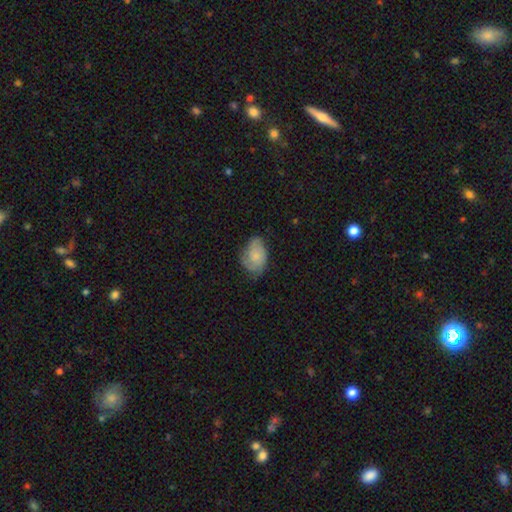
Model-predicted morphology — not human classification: The model was most divided on "merging": none: 53%, minor disturbance: 34%, major disturbance: 11%, merger: 1%. More confident: how rounded — in between (81%); smooth or featured — smooth (59%).